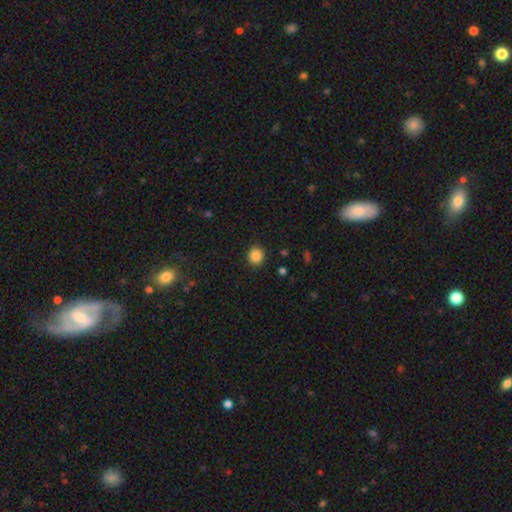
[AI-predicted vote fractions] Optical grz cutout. It shows a smooth galaxy with no disk features (86%) that is round (83%). Merging: none (91%).